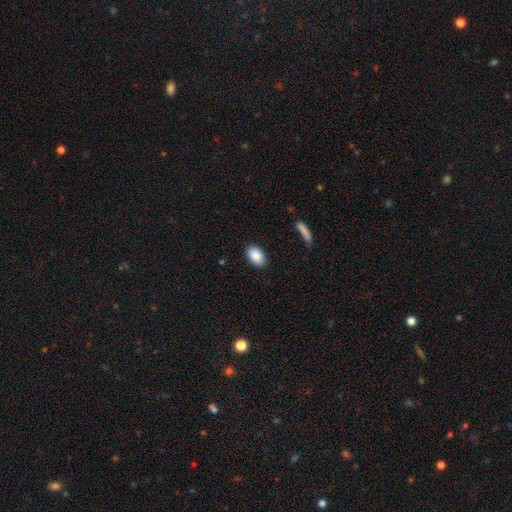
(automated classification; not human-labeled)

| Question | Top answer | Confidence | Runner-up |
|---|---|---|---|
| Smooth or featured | smooth | 88% | star or artifact (7%) |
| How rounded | in between | 91% | round (8%) |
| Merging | none | 87% | minor disturbance (9%) |